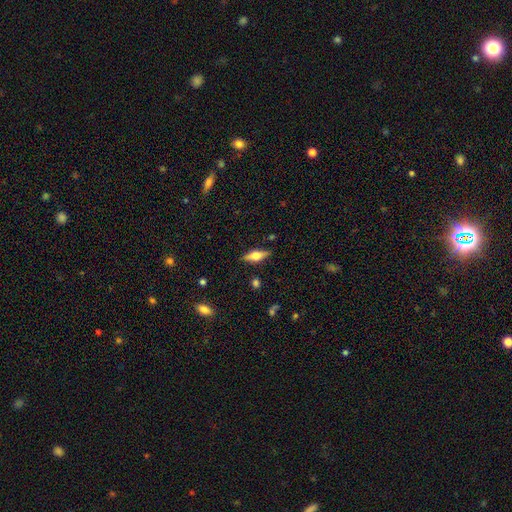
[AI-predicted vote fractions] Smooth or featured? featured or disk (54%)
Edge-on disk? yes (93%)
Edge-on bulge? rounded (91%)
Merging? none (86%)